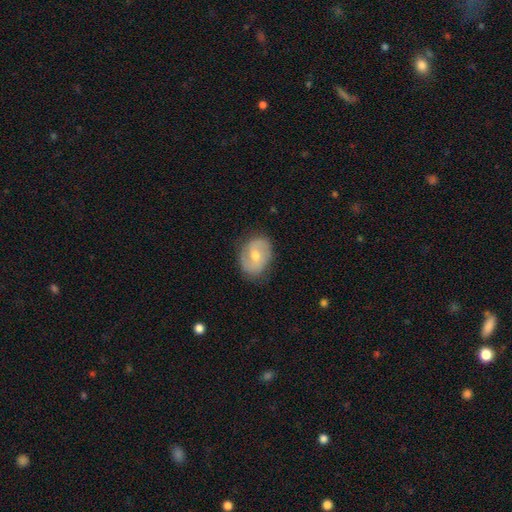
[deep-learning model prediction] The model was most divided on "bar": weak: 47%, no: 39%, strong: 13%. More confident: edge-on disk — no (96%); merging — none (77%); spiral arms — yes (77%); bulge size — moderate (63%); smooth or featured — featured or disk (57%).